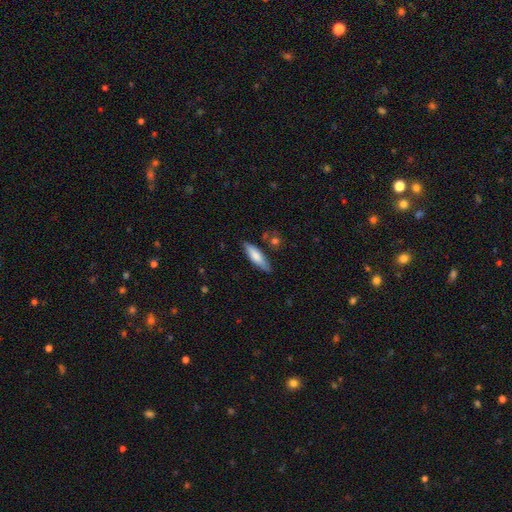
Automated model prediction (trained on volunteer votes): Smooth or featured? Predicted: smooth (p=0.74). How rounded? Predicted: cigar-shaped (p=0.60). Merging? Predicted: none (p=0.79).